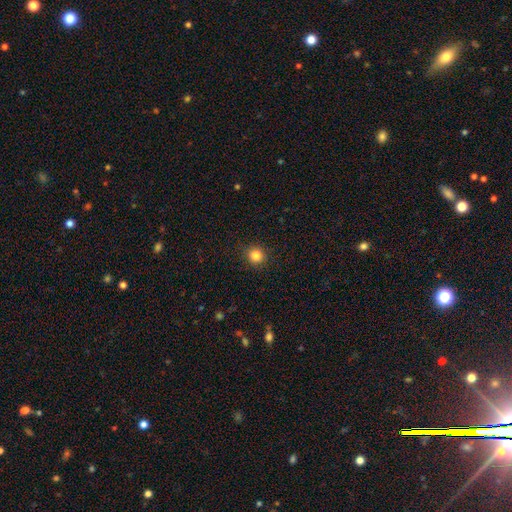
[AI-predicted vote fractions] Smooth or featured? smooth (84%)
How rounded? round (91%)
Merging? none (91%)